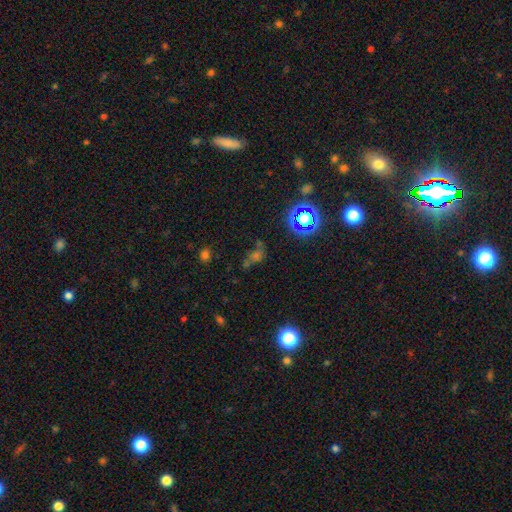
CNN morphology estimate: Smooth or featured: star or artifact — 52% (smooth — 34%)